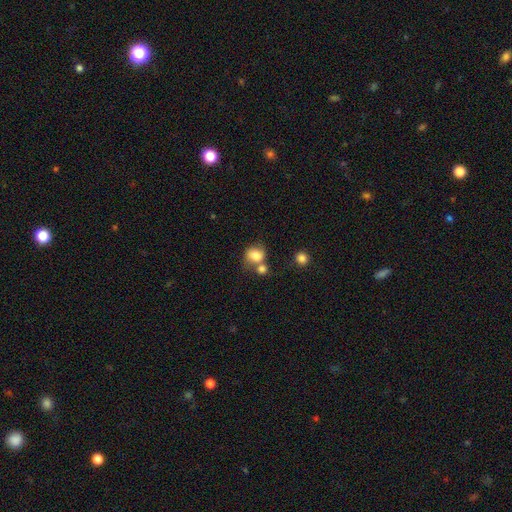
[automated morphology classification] smooth_or_featured: smooth (p=0.79) [alt: featured or disk p=0.12]
how_rounded: round (p=0.69) [alt: in between p=0.30]
merging: none (p=0.40) [alt: merger p=0.39]